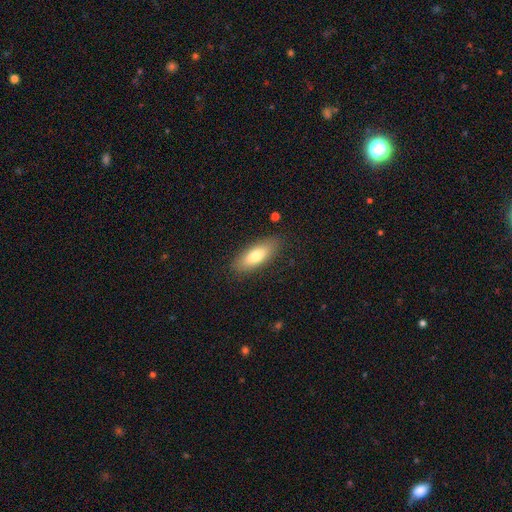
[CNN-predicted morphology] This is likely a smooth galaxy (75%). How rounded: likely in between (68%). Merging: clearly none (85%).